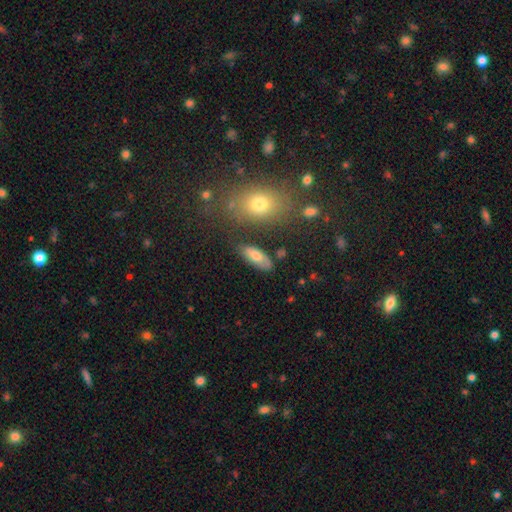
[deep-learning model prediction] The model was most divided on "smooth or featured": smooth: 69%, featured or disk: 21%, star or artifact: 10%. More confident: how rounded — in between (80%); merging — none (78%).